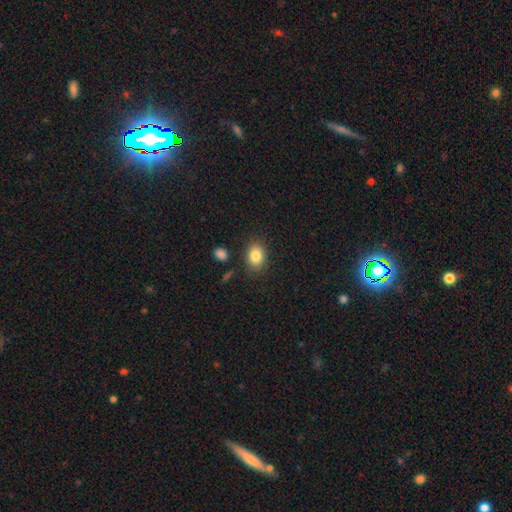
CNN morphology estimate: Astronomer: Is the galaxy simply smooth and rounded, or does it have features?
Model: smooth — 84%.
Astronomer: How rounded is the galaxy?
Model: in between — 69%.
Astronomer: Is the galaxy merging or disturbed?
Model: none — 82%.